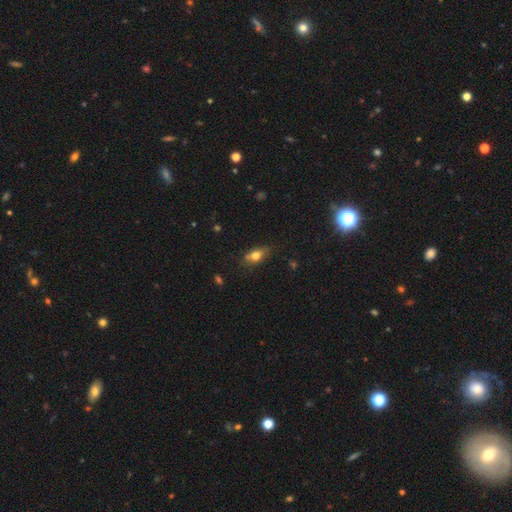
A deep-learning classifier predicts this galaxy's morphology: smooth_or_featured: smooth (p=0.73) [alt: featured or disk p=0.17]
how_rounded: in between (p=0.77) [alt: round p=0.12]
merging: none (p=0.70) [alt: minor disturbance p=0.21]